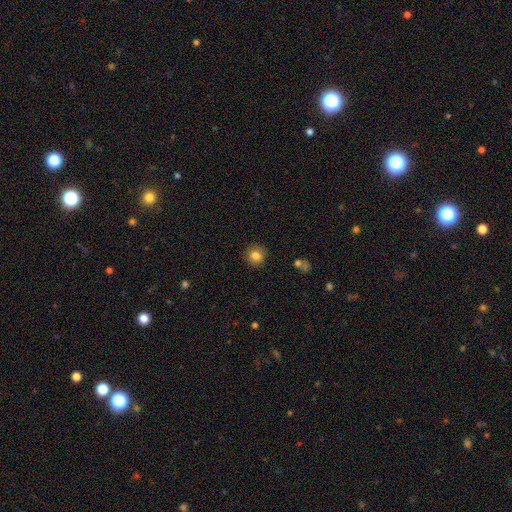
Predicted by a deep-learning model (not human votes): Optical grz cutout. It shows a smooth galaxy with no disk features (84%) that is round (87%). Merging: none (89%).